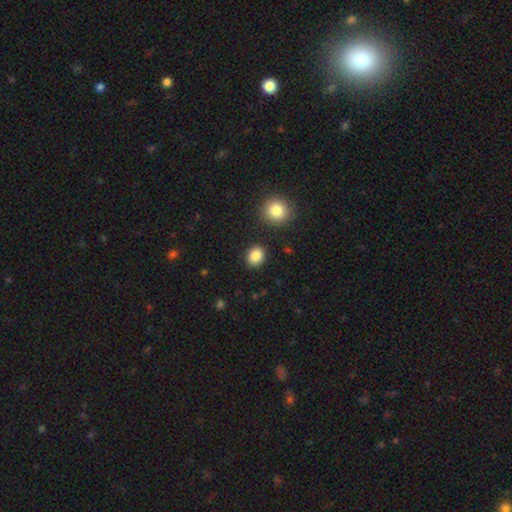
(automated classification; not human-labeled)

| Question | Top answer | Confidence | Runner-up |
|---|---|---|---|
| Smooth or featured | smooth | 86% | star or artifact (9%) |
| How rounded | round | 66% | in between (33%) |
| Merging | none | 88% | minor disturbance (7%) |